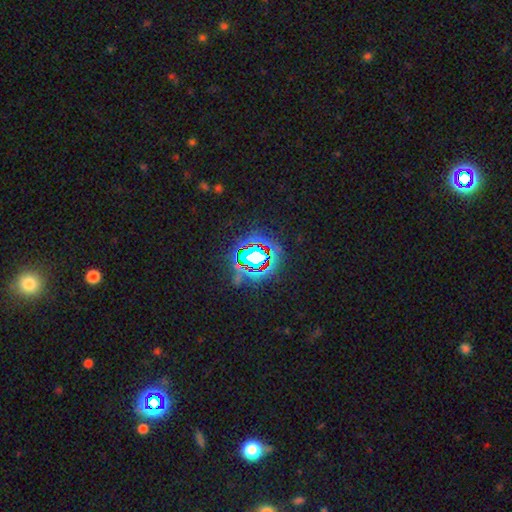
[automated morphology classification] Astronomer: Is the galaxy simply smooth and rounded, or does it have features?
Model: star or artifact — 75%.